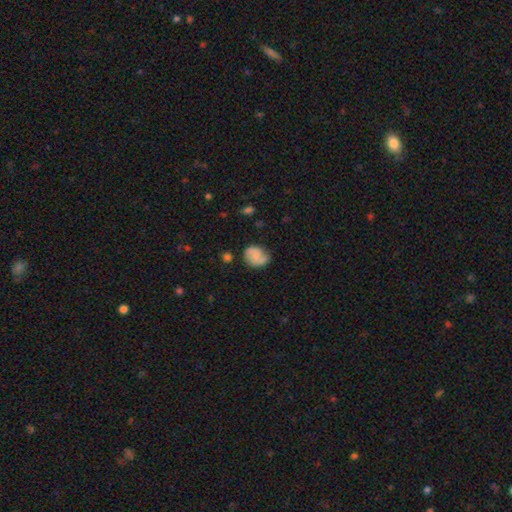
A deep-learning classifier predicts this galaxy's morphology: type=smooth (46%, tied with featured or disk); merging=none (67%).